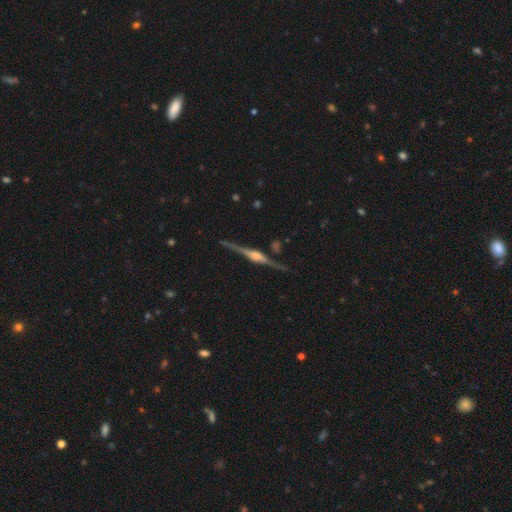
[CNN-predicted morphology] Smooth or featured? featured or disk (88%)
Edge-on disk? yes (98%)
Edge-on bulge? rounded (80%)
Merging? none (87%)